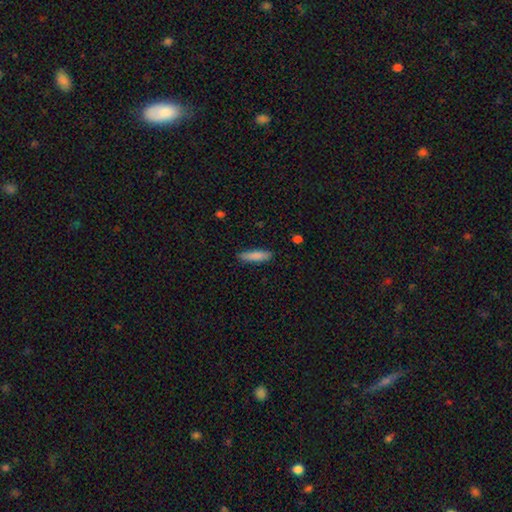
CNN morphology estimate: Smooth or featured? smooth (85%)
How rounded? cigar-shaped (76%)
Merging? none (87%)